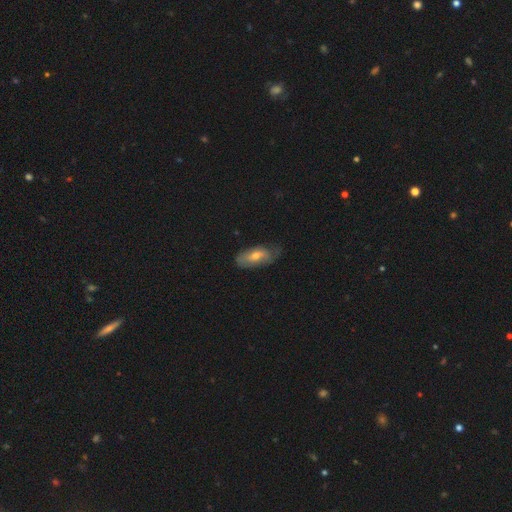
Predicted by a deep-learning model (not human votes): A smooth galaxy with no disk features (51%) that is in between round and cigar-shaped (85%). Merging: none (60%).